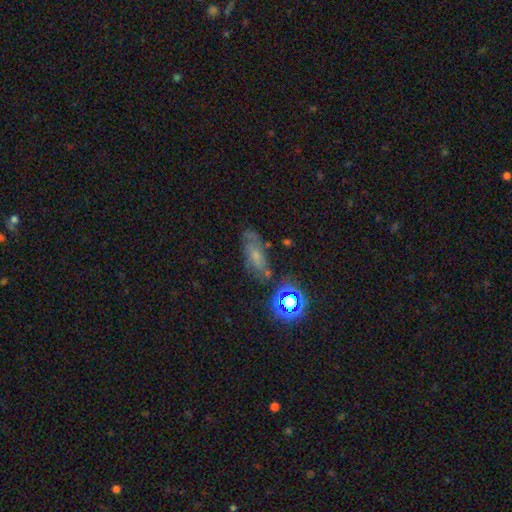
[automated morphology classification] smooth_or_featured: smooth (p=0.39) [alt: featured or disk p=0.38]
merging: none (p=0.59) [alt: minor disturbance p=0.24]